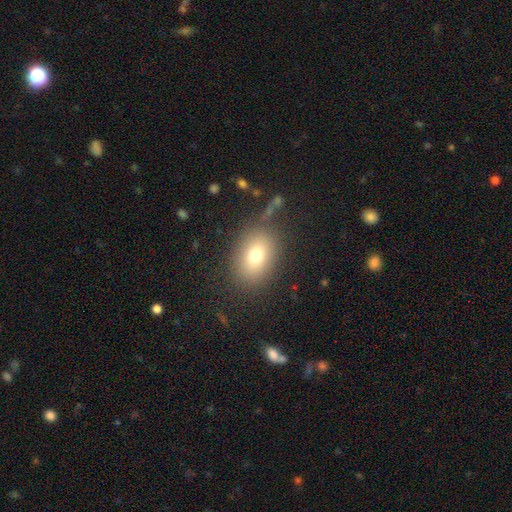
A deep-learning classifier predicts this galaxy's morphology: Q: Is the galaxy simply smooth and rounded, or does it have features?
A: smooth — 75%.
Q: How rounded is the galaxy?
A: in between — 77%.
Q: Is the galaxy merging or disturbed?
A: none — 79%.